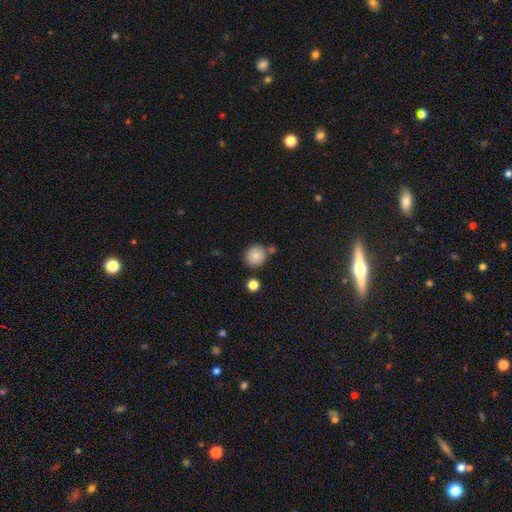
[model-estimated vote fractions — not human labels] A smooth galaxy with no disk features (86%) that is round (91%).

Vote fractions:
- Smooth or featured? smooth: 86% / star or artifact: 9% / featured or disk: 5%
- How rounded? round: 91% / in between: 8% / cigar-shaped: 1%
- Merging? none: 75% / merger: 12% / minor disturbance: 10% / major disturbance: 3%